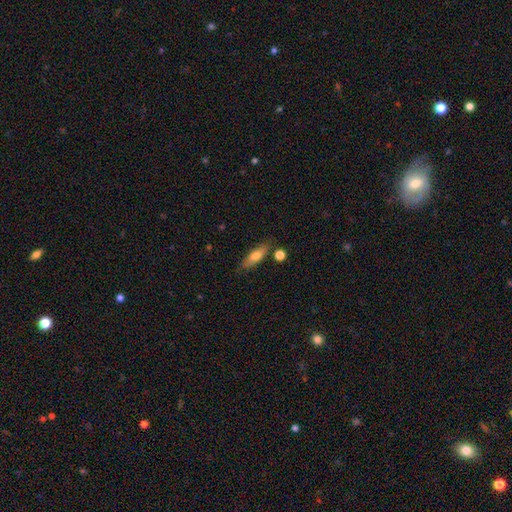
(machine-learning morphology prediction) smooth-or-featured: smooth: 66% | featured or disk: 27% | star or artifact: 7%
  how-rounded: cigar-shaped: 53% | in between: 44% | round: 3%
  merging: none: 76% | minor disturbance: 14% | merger: 6% | major disturbance: 3%